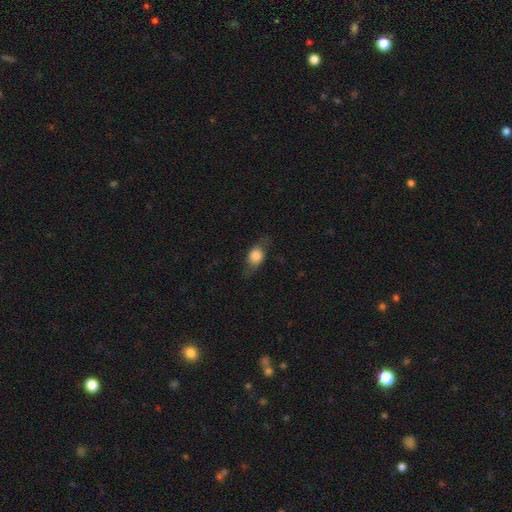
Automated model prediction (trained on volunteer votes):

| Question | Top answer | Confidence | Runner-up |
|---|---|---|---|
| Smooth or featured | smooth | 71% | featured or disk (21%) |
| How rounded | in between | 66% | round (27%) |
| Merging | none | 70% | minor disturbance (20%) |